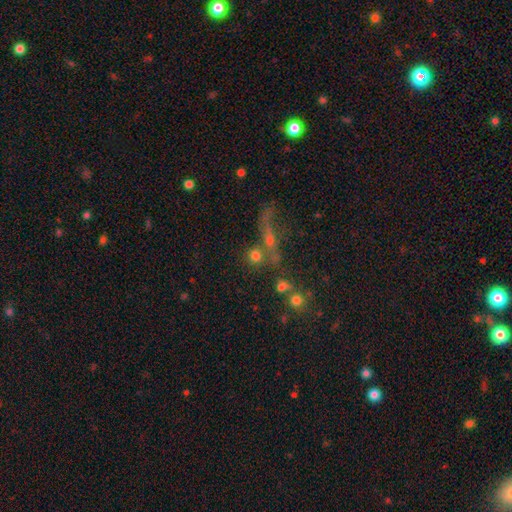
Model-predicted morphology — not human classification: Smooth or featured?
  - smooth: 69% *
  - star or artifact: 17%
  - featured or disk: 14%
How rounded?
  - round: 84% *
  - in between: 12%
  - cigar-shaped: 3%
Merging?
  - none: 50% *
  - merger: 32%
  - minor disturbance: 9%
  - major disturbance: 9%